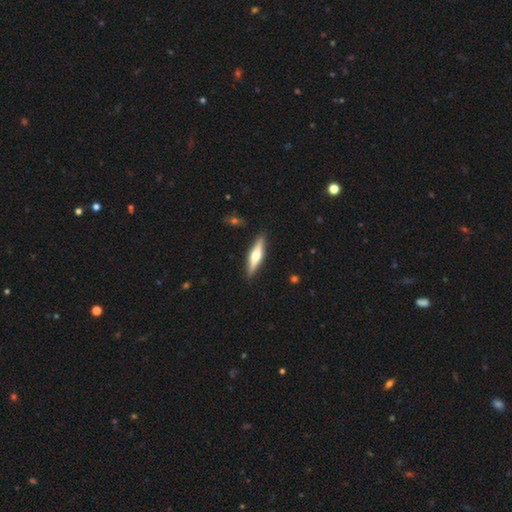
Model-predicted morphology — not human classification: Smooth or featured? featured or disk (56%)
Edge-on disk? yes (95%)
Edge-on bulge? rounded (93%)
Merging? none (89%)